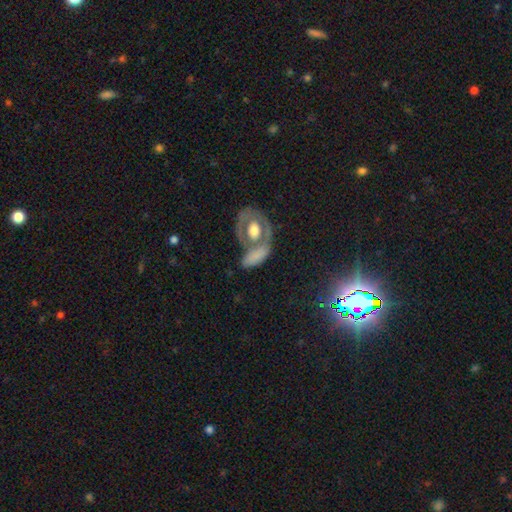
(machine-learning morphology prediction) This appears to be a smooth galaxy with no disk features (55%) that is in between round and cigar-shaped (81%). Merging: none (48%).